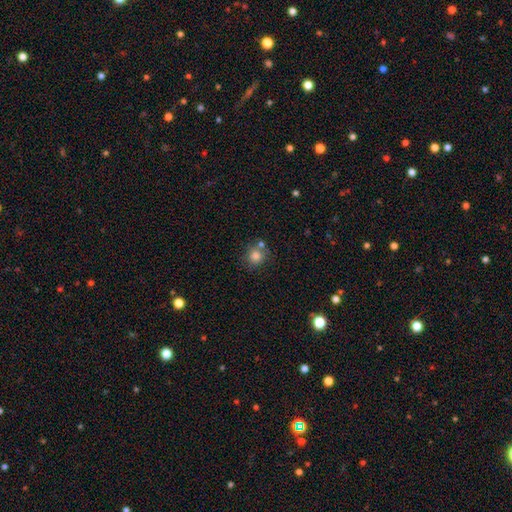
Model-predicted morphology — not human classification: Q: Smooth or featured?
A: smooth (82%); runner-up: star or artifact (11%)
Q: How rounded?
A: round (87%); runner-up: in between (12%)
Q: Merging?
A: none (66%); runner-up: merger (18%)